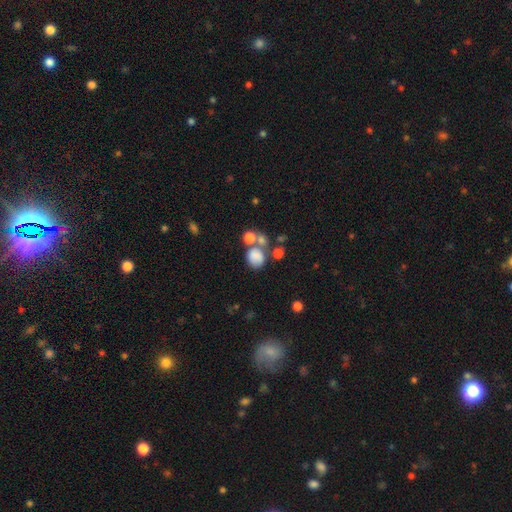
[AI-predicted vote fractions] A smooth galaxy with no disk features (76%) that is round (67%).

Vote fractions:
- Smooth or featured? smooth: 76% / star or artifact: 12% / featured or disk: 12%
- How rounded? round: 67% / in between: 32% / cigar-shaped: 1%
- Merging? none: 43% / merger: 33% / minor disturbance: 14% / major disturbance: 10%